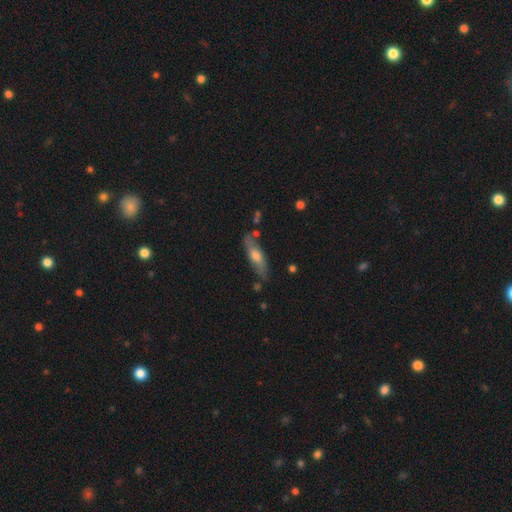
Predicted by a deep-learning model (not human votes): smooth 49%, featured or disk 45%, star or artifact 7%. Down the decision tree: merging — none (71%).